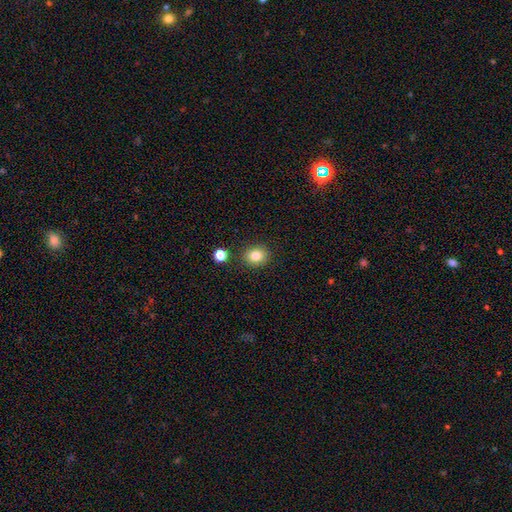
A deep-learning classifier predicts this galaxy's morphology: smooth 82%, star or artifact 11%, featured or disk 7%. Down the decision tree: how rounded — round (71%); merging — none (87%).